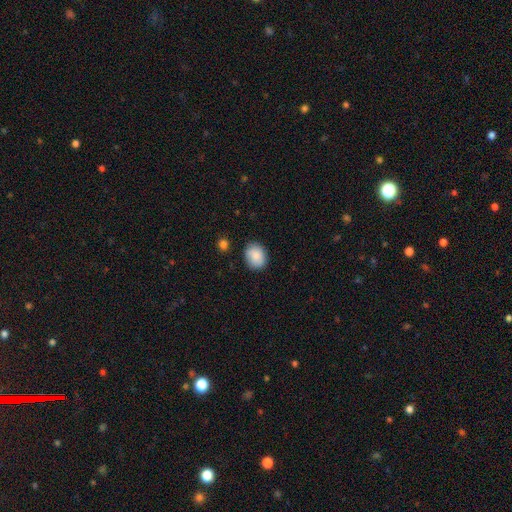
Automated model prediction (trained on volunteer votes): smooth-or-featured: smooth: 84% | featured or disk: 9% | star or artifact: 7%
  how-rounded: round: 54% | in between: 46% | cigar-shaped: 1%
  merging: none: 79% | minor disturbance: 16% | major disturbance: 3% | merger: 2%